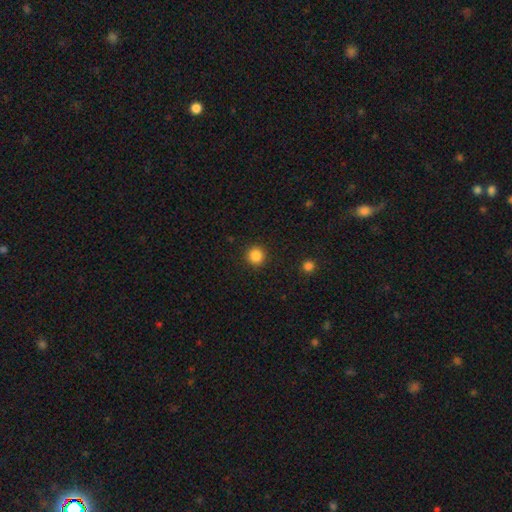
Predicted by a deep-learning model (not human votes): Q: Smooth or featured?
A: smooth (86%); runner-up: star or artifact (11%)
Q: How rounded?
A: round (95%); runner-up: in between (4%)
Q: Merging?
A: none (92%); runner-up: minor disturbance (5%)